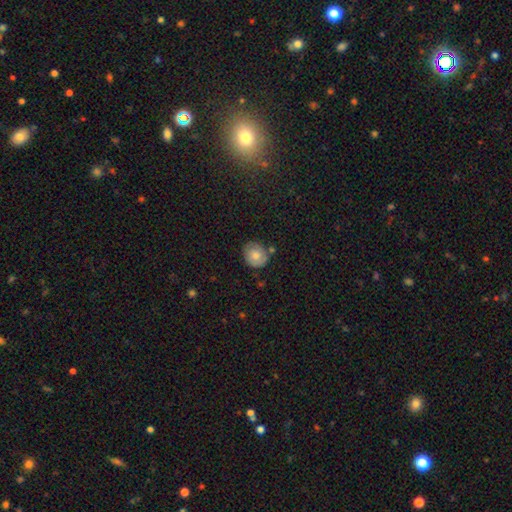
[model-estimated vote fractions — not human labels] This appears to be a smooth galaxy with no disk features (74%) that is round (82%). Merging: none (69%).